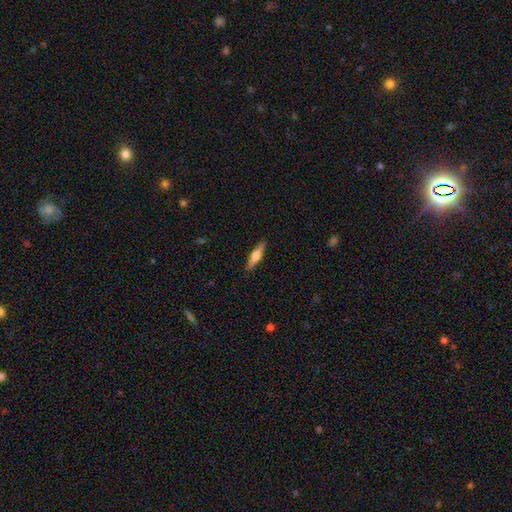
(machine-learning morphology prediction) smooth_or_featured: featured or disk (p=0.48) [alt: smooth p=0.46]
merging: none (p=0.89) [alt: minor disturbance p=0.08]